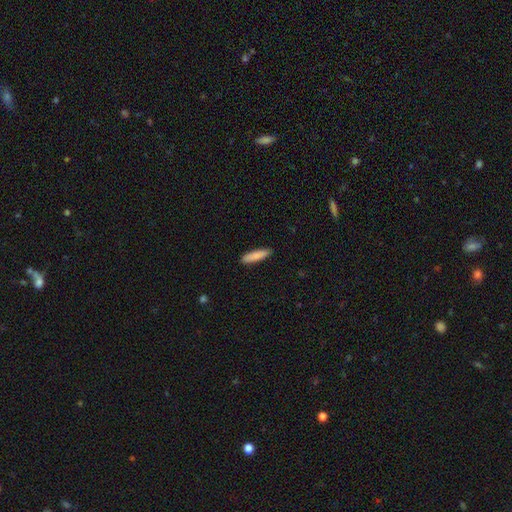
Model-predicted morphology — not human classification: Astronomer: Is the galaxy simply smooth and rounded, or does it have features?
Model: smooth — 86%.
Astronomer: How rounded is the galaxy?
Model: cigar-shaped — 80%.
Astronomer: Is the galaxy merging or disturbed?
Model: none — 89%.